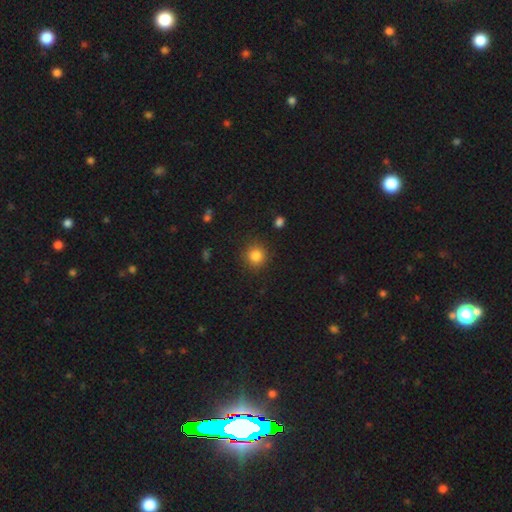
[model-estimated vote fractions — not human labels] Q: Smooth or featured?
A: smooth (84%); runner-up: star or artifact (11%)
Q: How rounded?
A: round (92%); runner-up: in between (7%)
Q: Merging?
A: none (89%); runner-up: minor disturbance (7%)